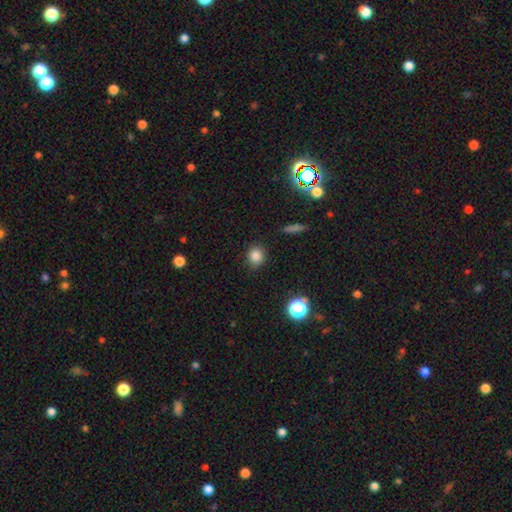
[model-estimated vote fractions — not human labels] smooth 83%, star or artifact 12%, featured or disk 5%. Down the decision tree: how rounded — round (77%); merging — none (88%).